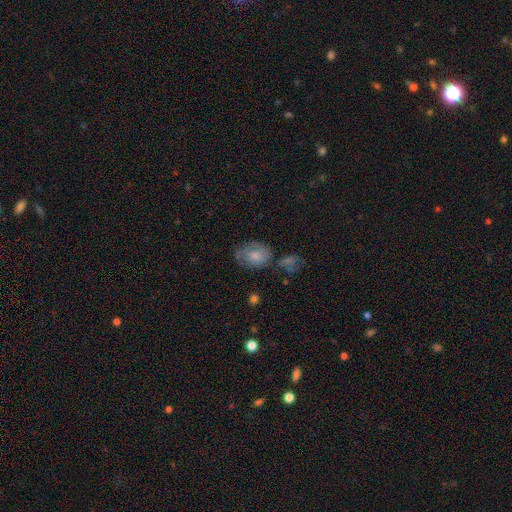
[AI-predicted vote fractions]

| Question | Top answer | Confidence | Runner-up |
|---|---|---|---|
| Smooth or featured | smooth | 65% | featured or disk (28%) |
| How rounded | in between | 63% | round (36%) |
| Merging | none | 52% | minor disturbance (27%) |